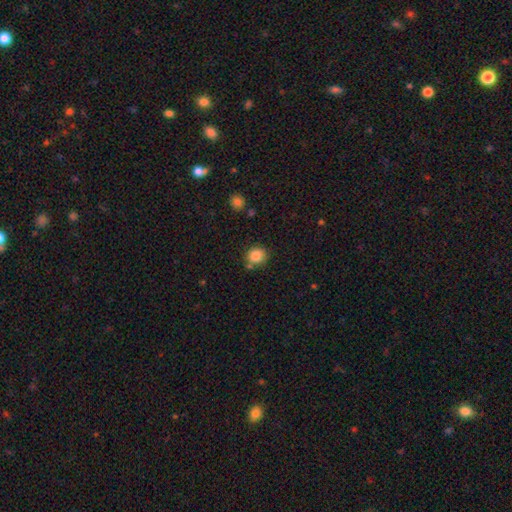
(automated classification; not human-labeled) A smooth galaxy with no disk features (85%) that is round (75%).

Vote fractions:
- Smooth or featured? smooth: 85% / star or artifact: 10% / featured or disk: 5%
- How rounded? round: 75% / in between: 24% / cigar-shaped: 1%
- Merging? none: 74% / minor disturbance: 12% / merger: 10% / major disturbance: 3%